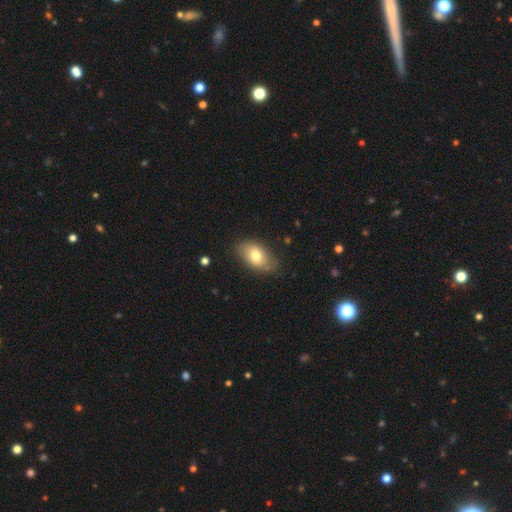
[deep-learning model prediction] smooth 76%, featured or disk 17%, star or artifact 7%. Down the decision tree: how rounded — in between (89%); merging — none (75%).